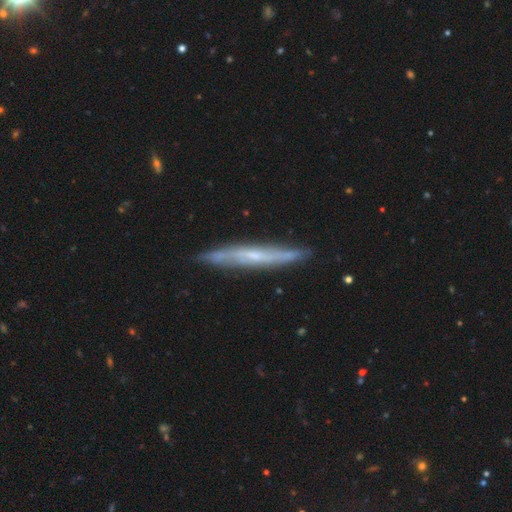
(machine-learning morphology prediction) The model was most divided on "edge-on bulge": none: 56%, rounded: 38%, boxy: 6%. More confident: edge-on disk — yes (82%); merging — none (81%); smooth or featured — featured or disk (69%).